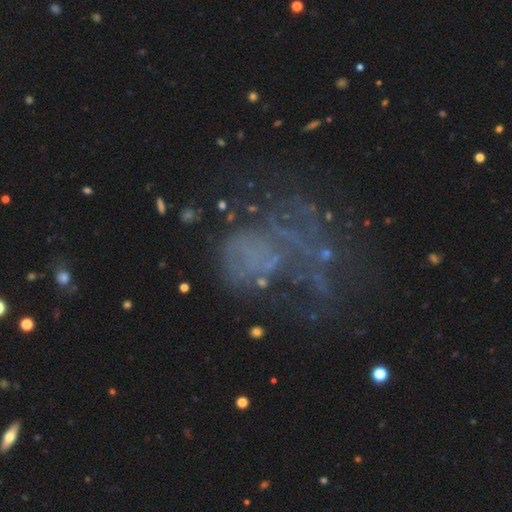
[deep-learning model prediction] Morphology: type=featured or disk (45%); merging=major disturbance (44%).